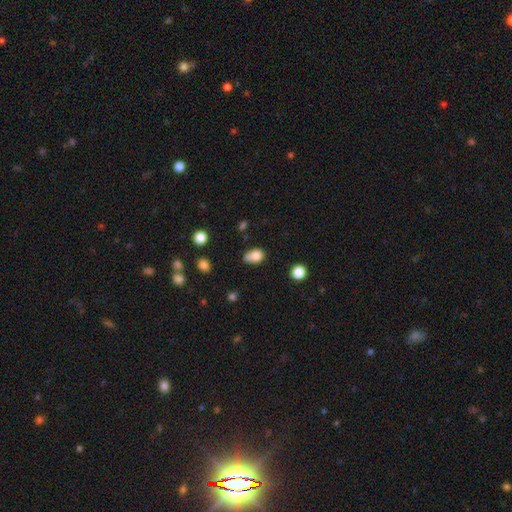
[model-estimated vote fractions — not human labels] This is clearly a smooth galaxy (80%). How rounded: likely in between (68%). Merging: possibly none (46%).